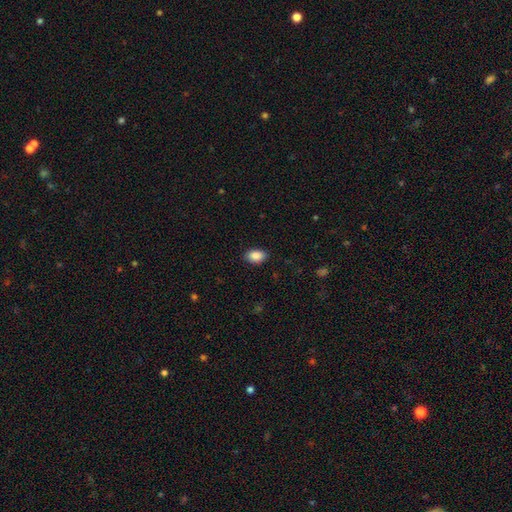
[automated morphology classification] Q: Smooth or featured?
A: smooth (89%); runner-up: star or artifact (7%)
Q: How rounded?
A: in between (87%); runner-up: round (12%)
Q: Merging?
A: none (86%); runner-up: minor disturbance (10%)